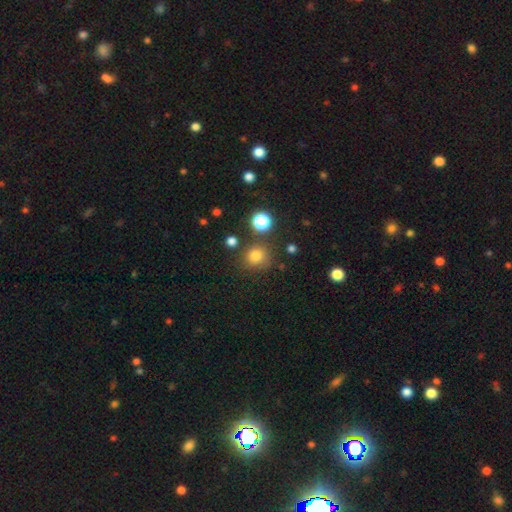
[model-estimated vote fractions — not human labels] This appears to be a smooth galaxy with no disk features (78%) that is round (86%). Merging: none (78%).